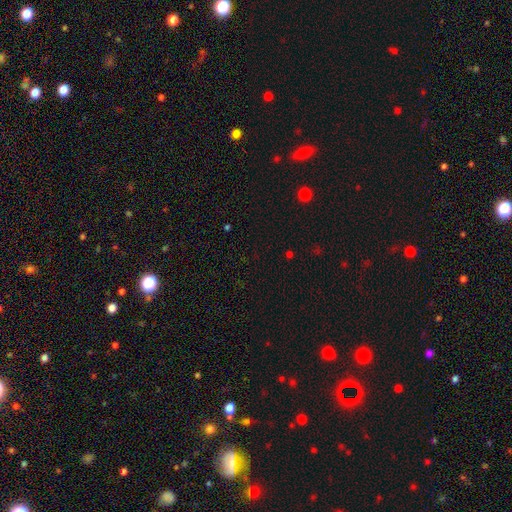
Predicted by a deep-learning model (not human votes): Morphology: type=star or artifact (67%).